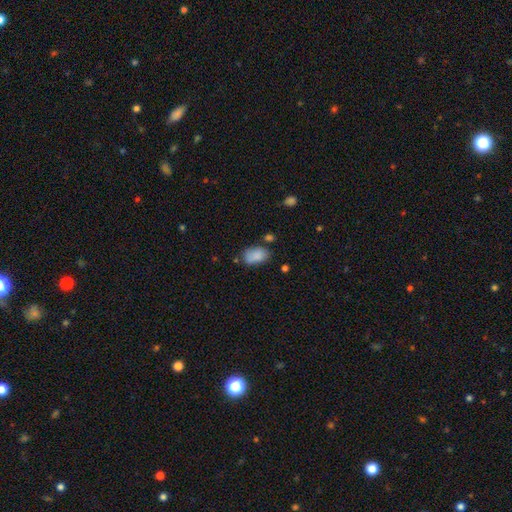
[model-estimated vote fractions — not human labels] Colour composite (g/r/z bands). It shows a smooth galaxy with no disk features (86%) that is in between round and cigar-shaped (90%). Merging: none (67%).